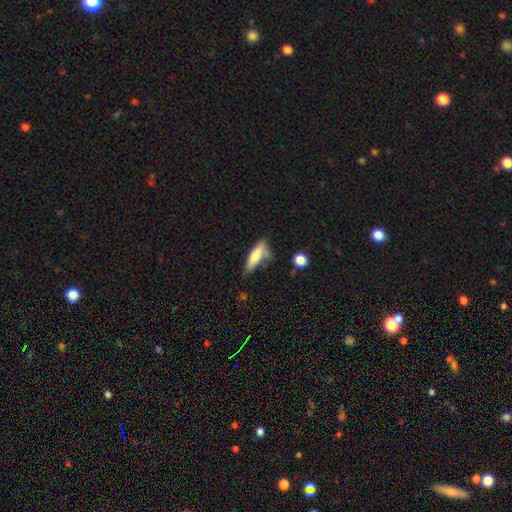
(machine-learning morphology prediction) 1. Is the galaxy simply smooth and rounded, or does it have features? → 78% smooth, 15% featured or disk, 7% star or artifact.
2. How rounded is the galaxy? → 52% in between, 46% cigar-shaped, 2% round.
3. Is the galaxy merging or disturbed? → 48% none, 33% minor disturbance, 11% major disturbance, 8% merger.